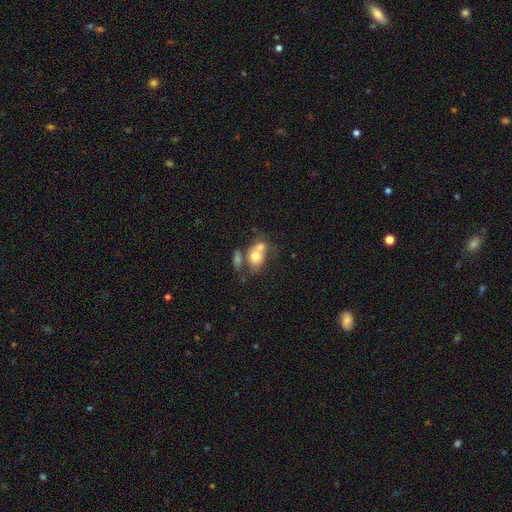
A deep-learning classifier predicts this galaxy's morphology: smooth-or-featured: smooth: 69% | featured or disk: 22% | star or artifact: 9%
  how-rounded: in between: 57% | round: 42% | cigar-shaped: 2%
  merging: merger: 54% | none: 28% | minor disturbance: 11% | major disturbance: 7%